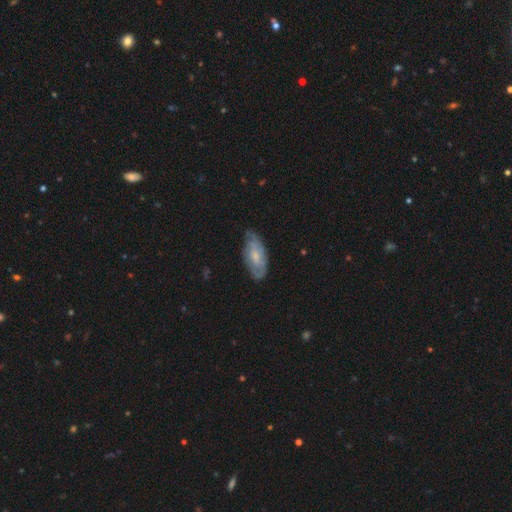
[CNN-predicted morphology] type=featured or disk (54%); edge-on=no (88%); merging=none (66%).